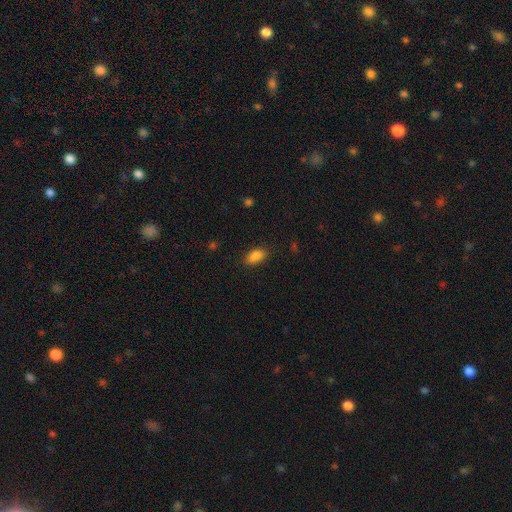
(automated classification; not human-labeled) Smooth or featured: smooth — 85% (star or artifact — 9%)
How rounded: in between — 89% (round — 6%)
Merging: none — 76% (minor disturbance — 17%)